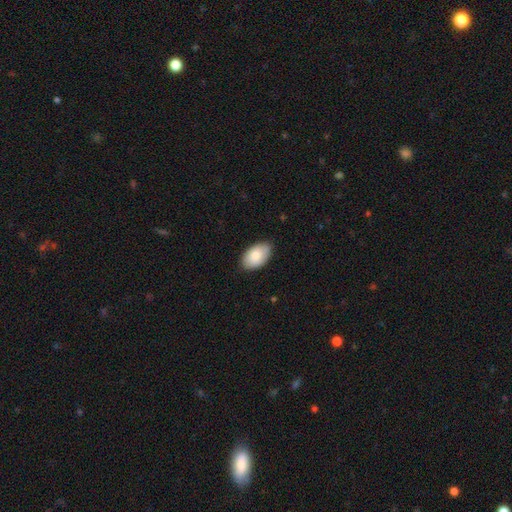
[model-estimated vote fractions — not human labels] A smooth galaxy with no disk features (81%) that is in between round and cigar-shaped (94%). Merging: none (80%).